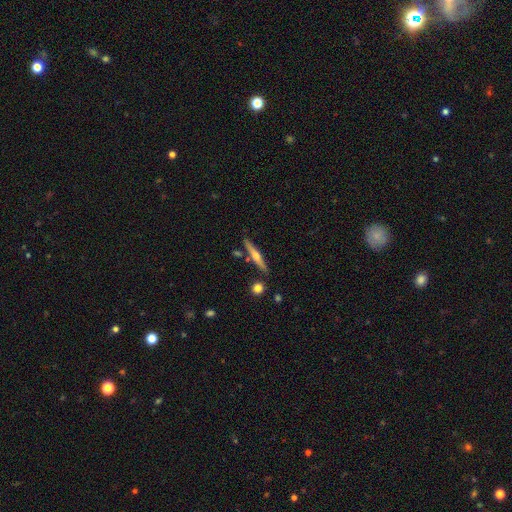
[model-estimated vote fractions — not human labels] Smooth or featured? featured or disk (65%)
Edge-on disk? yes (97%)
Edge-on bulge? rounded (89%)
Merging? none (84%)